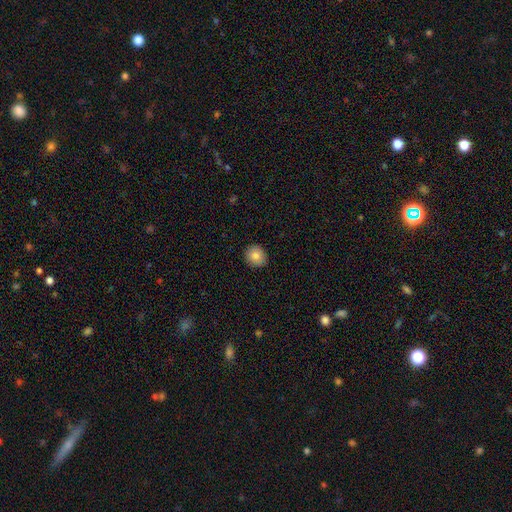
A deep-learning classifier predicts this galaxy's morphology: Smooth or featured?
  - smooth: 83% *
  - star or artifact: 9%
  - featured or disk: 8%
How rounded?
  - round: 82% *
  - in between: 17%
  - cigar-shaped: 1%
Merging?
  - none: 91% *
  - minor disturbance: 7%
  - major disturbance: 2%
  - merger: 1%